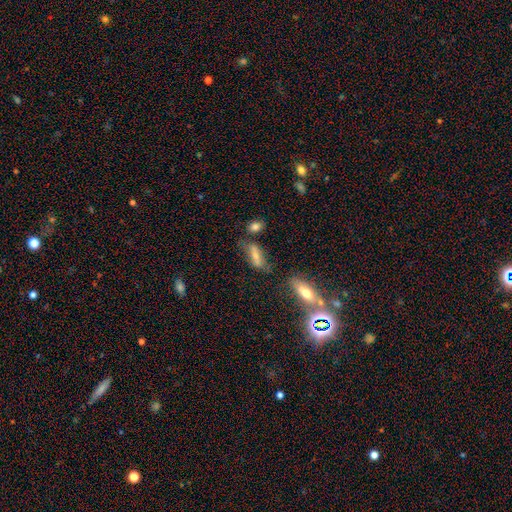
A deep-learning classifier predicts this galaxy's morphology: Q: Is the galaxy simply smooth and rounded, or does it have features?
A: smooth — 56%.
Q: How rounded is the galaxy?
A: in between — 61%.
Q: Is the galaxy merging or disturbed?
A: none — 54%.